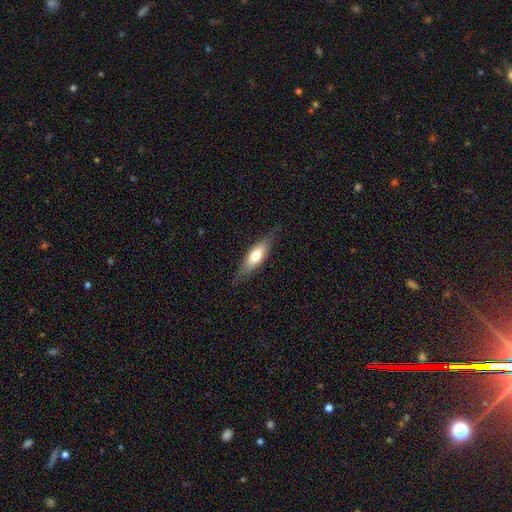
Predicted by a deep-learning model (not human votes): Smooth or featured?
  - smooth: 59% *
  - featured or disk: 35%
  - star or artifact: 6%
How rounded?
  - in between: 52% *
  - cigar-shaped: 46%
  - round: 2%
Merging?
  - none: 78% *
  - minor disturbance: 17%
  - major disturbance: 4%
  - merger: 1%